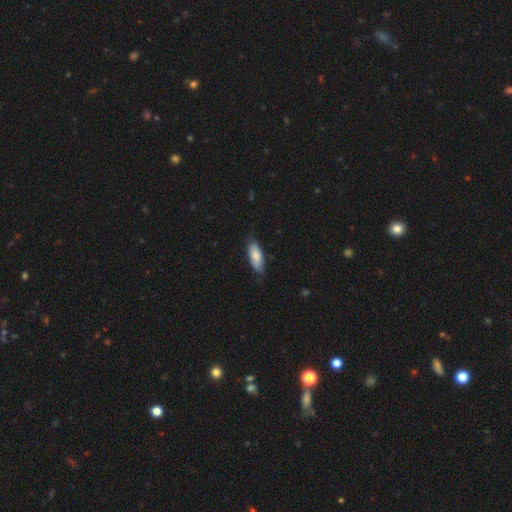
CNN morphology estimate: A smooth galaxy with no disk features (78%) that is in between round and cigar-shaped (76%).

Vote fractions:
- Smooth or featured? smooth: 78% / featured or disk: 16% / star or artifact: 6%
- How rounded? in between: 76% / cigar-shaped: 22% / round: 2%
- Merging? none: 72% / minor disturbance: 24% / major disturbance: 4% / merger: 1%